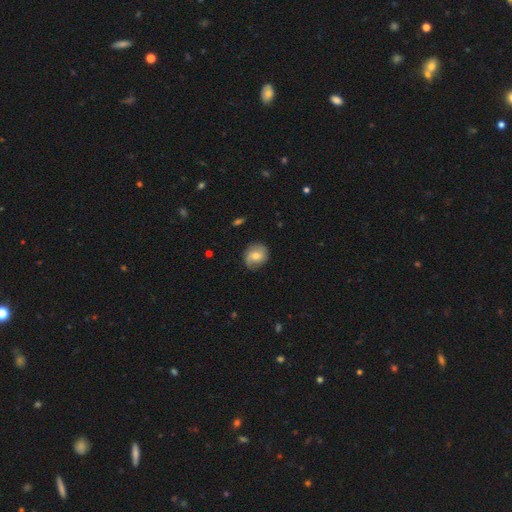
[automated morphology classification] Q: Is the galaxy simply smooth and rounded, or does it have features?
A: featured or disk — 46%, tied with smooth.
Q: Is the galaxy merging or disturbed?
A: none — 75%.